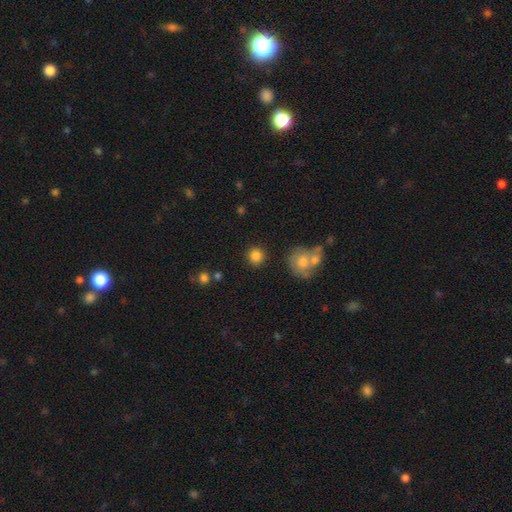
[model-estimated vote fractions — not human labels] This appears to be a smooth galaxy with no disk features (84%) that is round (90%). Merging: none (86%).